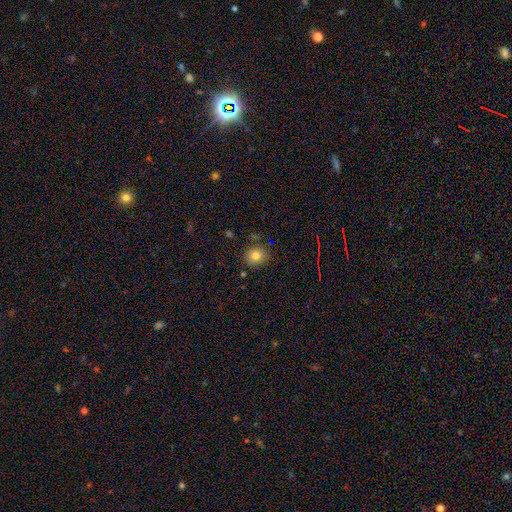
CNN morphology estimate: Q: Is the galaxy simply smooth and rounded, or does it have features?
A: smooth — 79%.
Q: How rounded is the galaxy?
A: round — 76%.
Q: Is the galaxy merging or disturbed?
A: none — 84%.